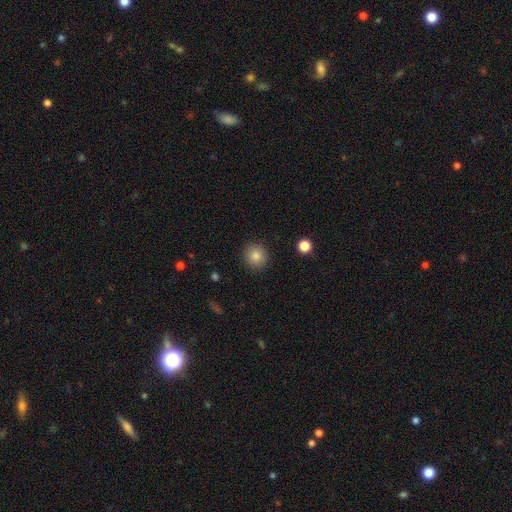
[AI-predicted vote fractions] smooth 84%, star or artifact 10%, featured or disk 6%. Down the decision tree: how rounded — round (92%); merging — none (91%).